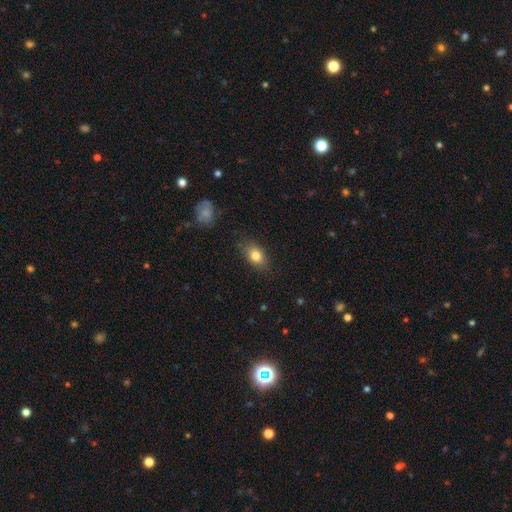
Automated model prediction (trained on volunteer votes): Smooth or featured? Predicted: smooth (p=0.81). How rounded? Predicted: in between (p=0.77). Merging? Predicted: none (p=0.80).